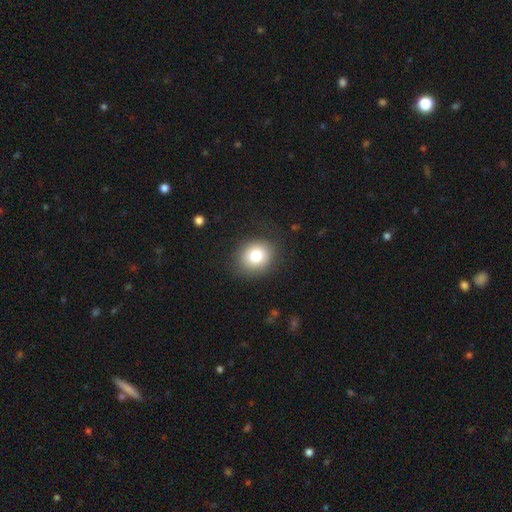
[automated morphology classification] Smooth or featured: smooth — 79% (featured or disk — 11%)
How rounded: round — 72% (in between — 27%)
Merging: none — 84% (minor disturbance — 10%)